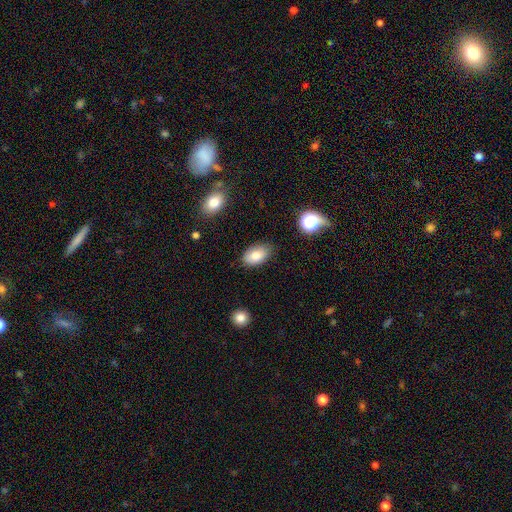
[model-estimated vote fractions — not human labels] A smooth galaxy with no disk features (82%) that is in between round and cigar-shaped (92%). Merging: none (82%).